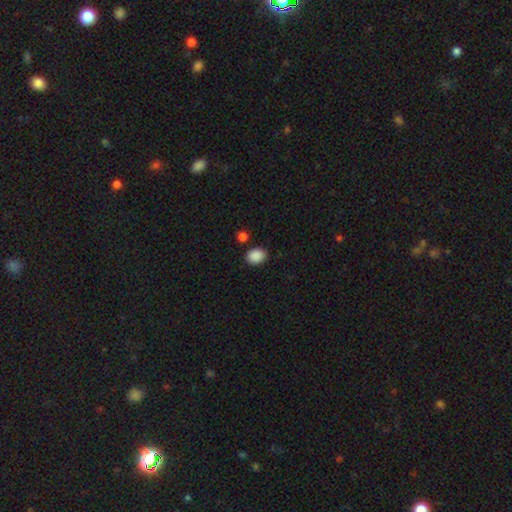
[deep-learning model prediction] smooth-or-featured: smooth: 89% | star or artifact: 9% | featured or disk: 3%
  how-rounded: in between: 57% | round: 42% | cigar-shaped: 1%
  merging: none: 85% | minor disturbance: 9% | merger: 4% | major disturbance: 3%